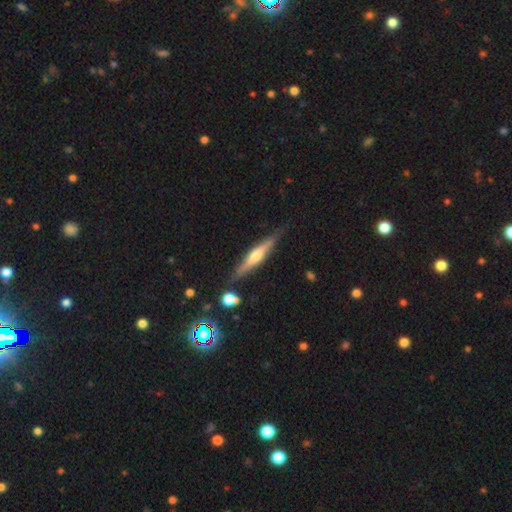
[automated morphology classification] type=featured or disk (63%); edge-on=yes (96%); edge-on bulge=rounded (78%); merging=none (81%).